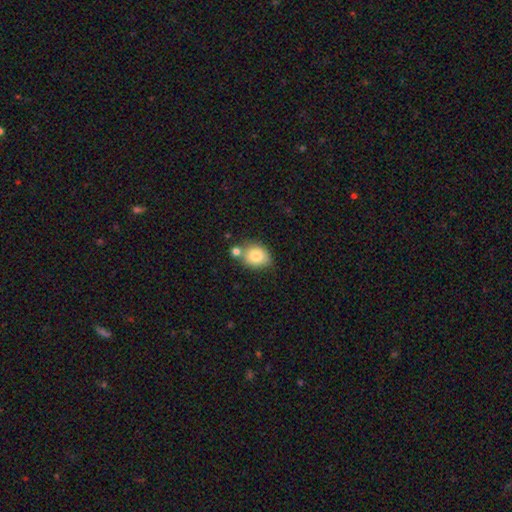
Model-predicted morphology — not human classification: type=smooth (81%); roundness=in between (51%); merging=none (59%).